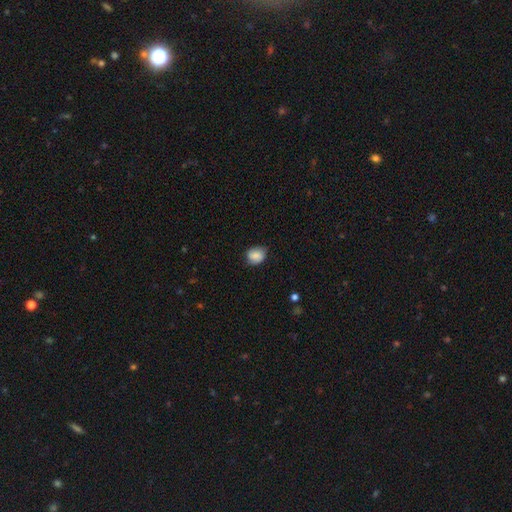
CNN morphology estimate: smooth-or-featured: smooth: 84% | star or artifact: 8% | featured or disk: 8%
  how-rounded: round: 53% | in between: 47% | cigar-shaped: 1%
  merging: none: 75% | minor disturbance: 20% | major disturbance: 4% | merger: 1%